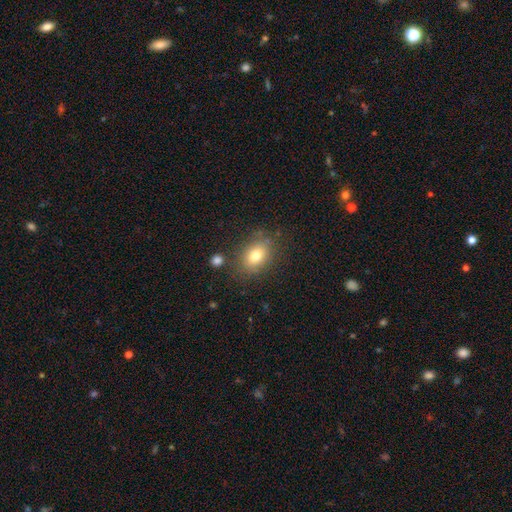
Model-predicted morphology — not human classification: Overall: smooth (78%). How rounded: in between (76%). Merging: none (77%).